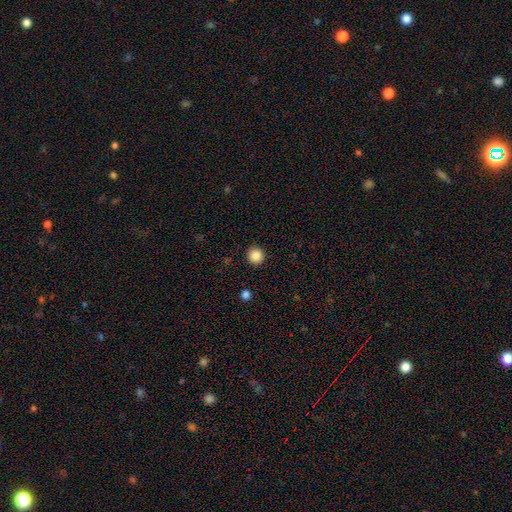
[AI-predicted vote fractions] Q: Smooth or featured?
A: smooth (87%); runner-up: star or artifact (10%)
Q: How rounded?
A: round (95%); runner-up: in between (4%)
Q: Merging?
A: none (92%); runner-up: minor disturbance (5%)